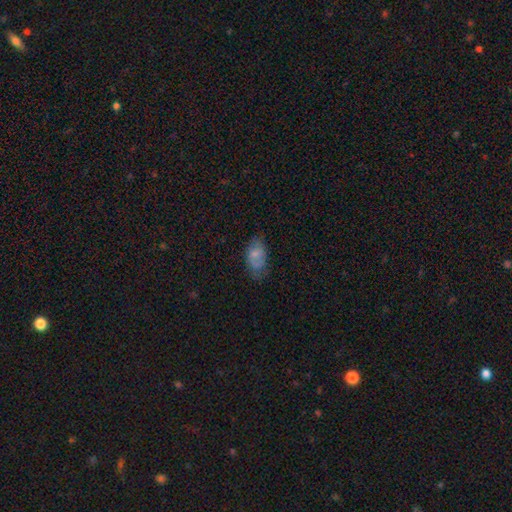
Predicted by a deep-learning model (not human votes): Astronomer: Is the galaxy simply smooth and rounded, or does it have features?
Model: smooth — 69%.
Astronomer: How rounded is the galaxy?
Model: in between — 92%.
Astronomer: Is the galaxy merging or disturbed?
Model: none — 56%.